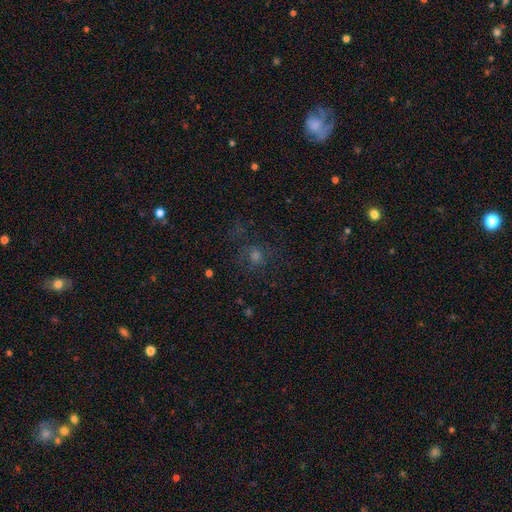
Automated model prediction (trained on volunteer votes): smooth-or-featured: smooth: 38% | star or artifact: 37% | featured or disk: 25%
  merging: none: 69% | minor disturbance: 15% | major disturbance: 14% | merger: 2%